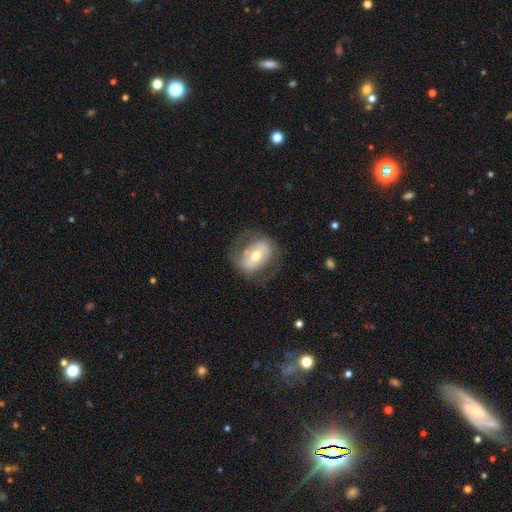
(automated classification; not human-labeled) Morphology: type=featured or disk (56%); edge-on=no (94%); bar=no (45%); spiral arms=no (61%); bulge=moderate (69%); merging=none (66%).